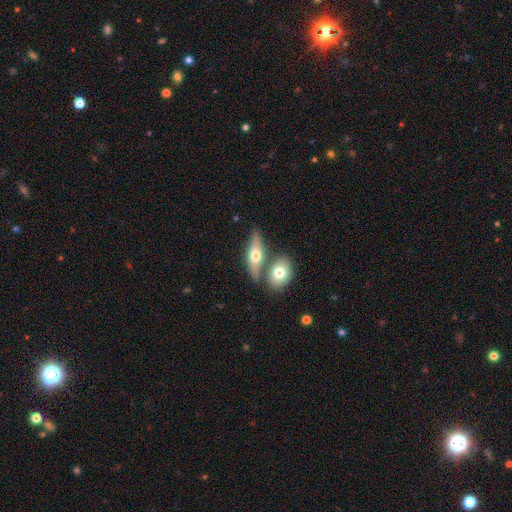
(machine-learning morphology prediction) This appears to be a smooth galaxy with no disk features (50%) that is in between round and cigar-shaped (61%). Merging: none (55%).